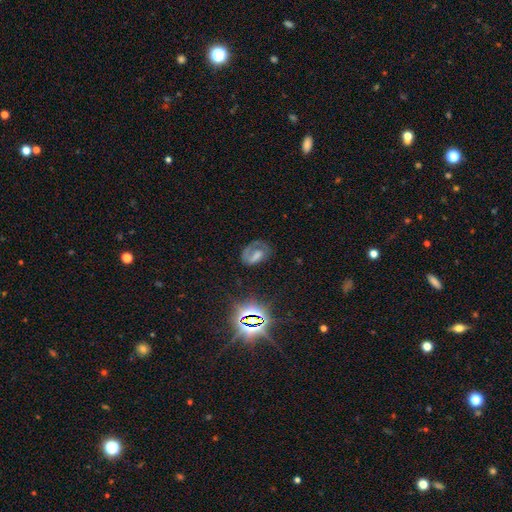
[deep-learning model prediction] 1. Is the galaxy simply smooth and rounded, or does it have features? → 48% featured or disk, 34% smooth, 18% star or artifact.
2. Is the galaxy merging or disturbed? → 45% none, 31% major disturbance, 21% minor disturbance, 3% merger.